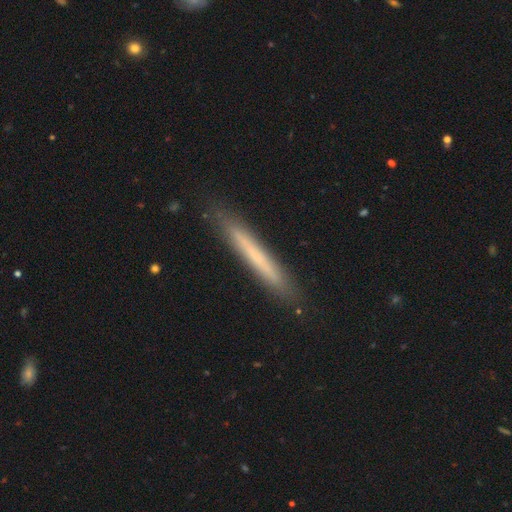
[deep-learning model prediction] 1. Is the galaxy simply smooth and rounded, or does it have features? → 59% smooth, 34% featured or disk, 7% star or artifact.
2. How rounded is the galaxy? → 96% cigar-shaped, 3% in between, 1% round.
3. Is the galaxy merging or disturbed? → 88% none, 9% minor disturbance, 2% major disturbance, 1% merger.